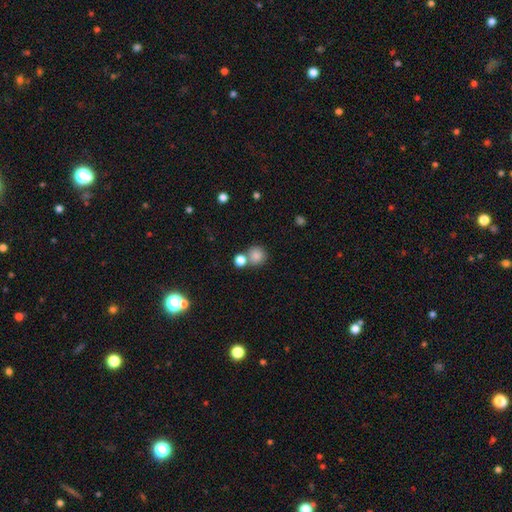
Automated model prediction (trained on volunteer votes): This appears to be a smooth galaxy with no disk features (83%) that is round (91%). Merging: none (61%).